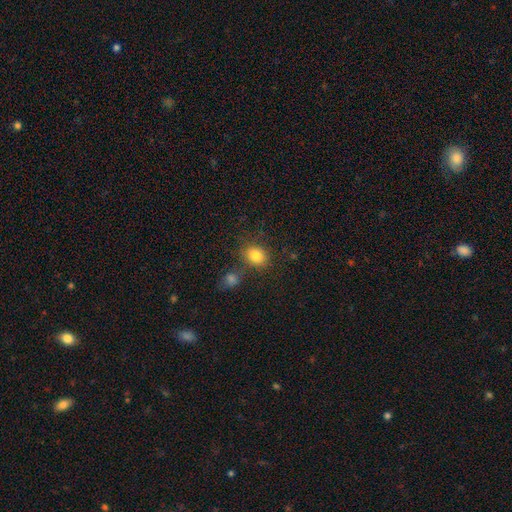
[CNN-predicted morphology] A smooth galaxy with no disk features (82%) that is round (54%).

Vote fractions:
- Smooth or featured? smooth: 82% / star or artifact: 11% / featured or disk: 7%
- How rounded? round: 54% / in between: 45% / cigar-shaped: 1%
- Merging? none: 69% / merger: 14% / minor disturbance: 12% / major disturbance: 5%